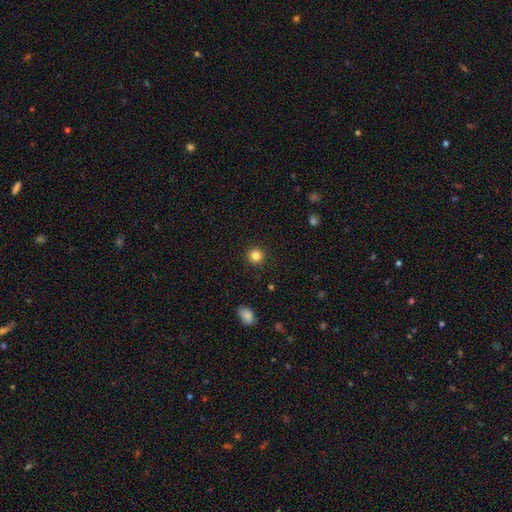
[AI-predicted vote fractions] smooth 84%, star or artifact 11%, featured or disk 5%. Down the decision tree: how rounded — round (95%); merging — none (93%).